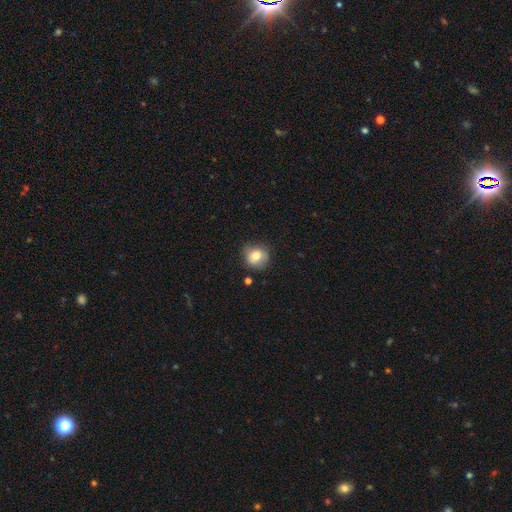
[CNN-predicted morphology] A smooth galaxy with no disk features (76%) that is round (87%). Merging: none (78%).